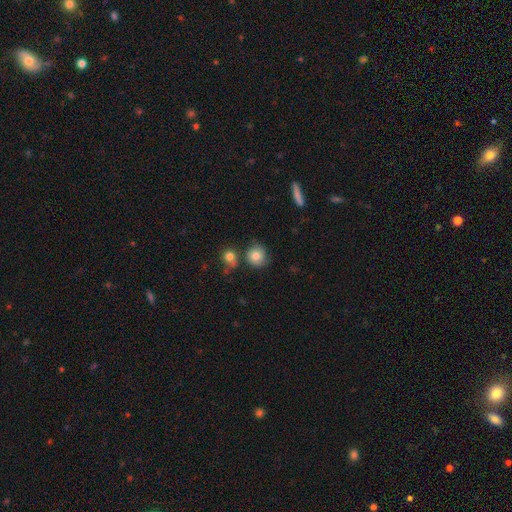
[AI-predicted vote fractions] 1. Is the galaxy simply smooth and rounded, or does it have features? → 76% smooth, 14% featured or disk, 9% star or artifact.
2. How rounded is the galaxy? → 87% round, 12% in between, 1% cigar-shaped.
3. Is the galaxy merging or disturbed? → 64% none, 17% minor disturbance, 13% merger, 6% major disturbance.